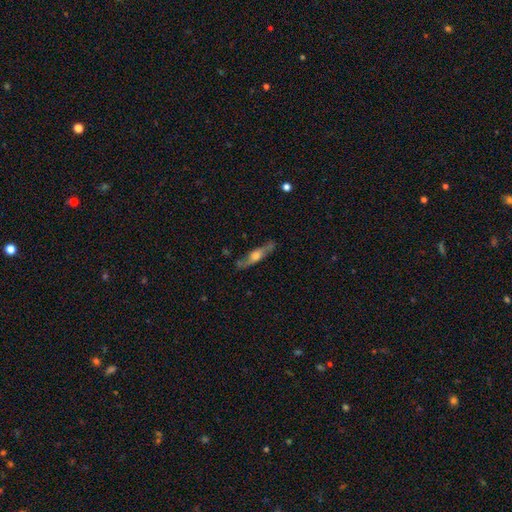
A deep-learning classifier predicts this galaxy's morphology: A featured or disk galaxy (68%) viewed edge-on (82%) with a rounded central bulge (90%).

Vote fractions:
- Smooth or featured? featured or disk: 68% / smooth: 26% / star or artifact: 6%
- Edge-on disk? yes: 82% / no: 18%
- Edge-on bulge? rounded: 90% / boxy: 6% / none: 5%
- Merging? none: 82% / minor disturbance: 13% / major disturbance: 3% / merger: 2%